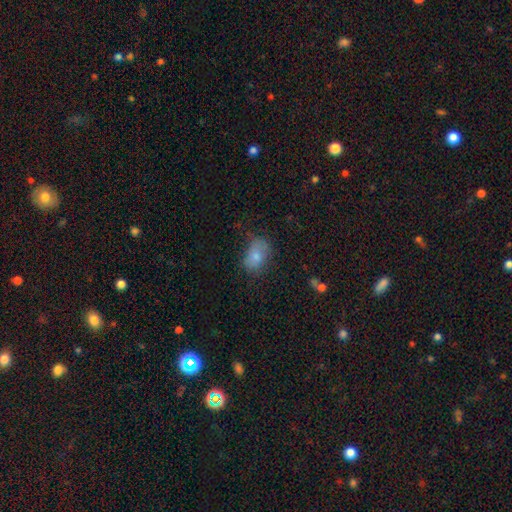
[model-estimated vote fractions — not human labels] smooth_or_featured: smooth (p=0.76) [alt: featured or disk p=0.14]
how_rounded: in between (p=0.83) [alt: round p=0.16]
merging: none (p=0.53) [alt: minor disturbance p=0.31]